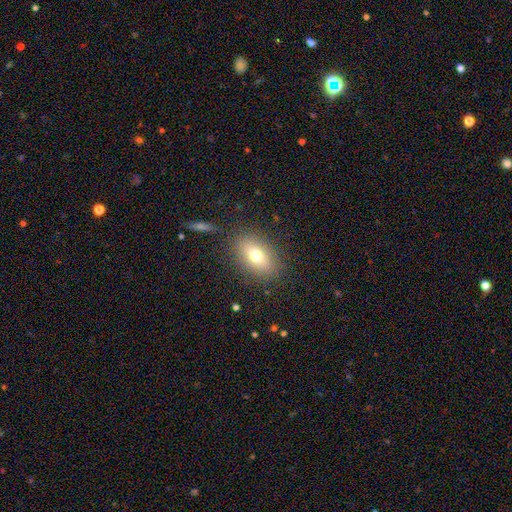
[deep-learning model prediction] smooth-or-featured: smooth: 72% | featured or disk: 17% | star or artifact: 11%
  how-rounded: in between: 81% | round: 16% | cigar-shaped: 3%
  merging: none: 84% | minor disturbance: 10% | major disturbance: 4% | merger: 2%